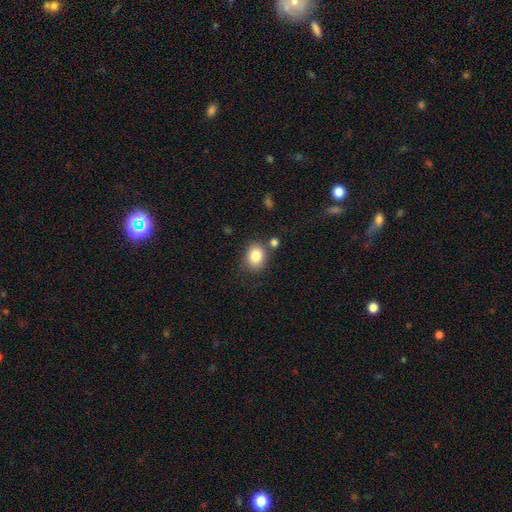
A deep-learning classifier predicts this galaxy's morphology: The model was most divided on "how rounded": in between: 51%, round: 48%, cigar-shaped: 1%. More confident: smooth or featured — smooth (83%); merging — none (72%).